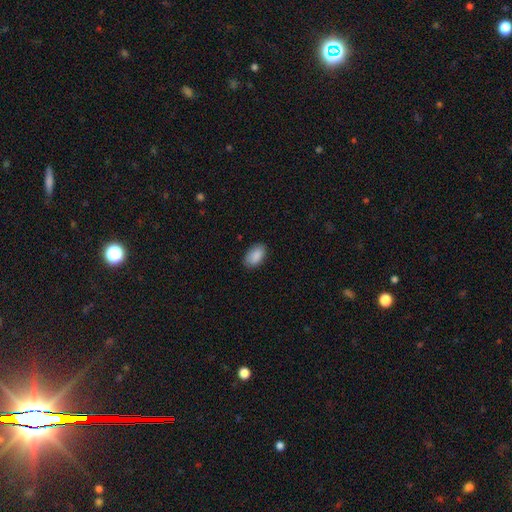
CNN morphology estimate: The model was most divided on "merging": none: 84%, minor disturbance: 13%, major disturbance: 2%, merger: 1%. More confident: how rounded — in between (93%); smooth or featured — smooth (89%).